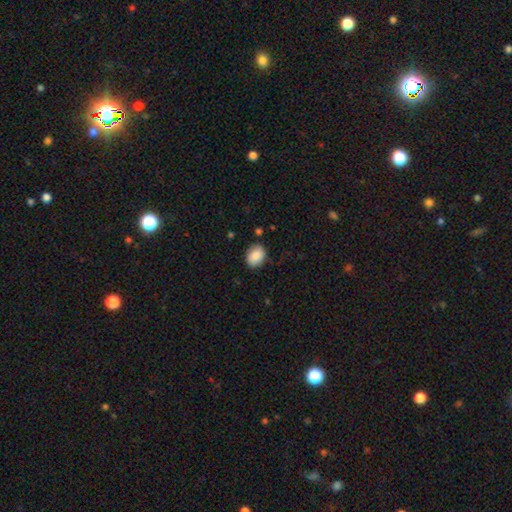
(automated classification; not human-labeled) Overall: smooth (85%). How rounded: in between (61%; round 38%). Merging: none (84%).